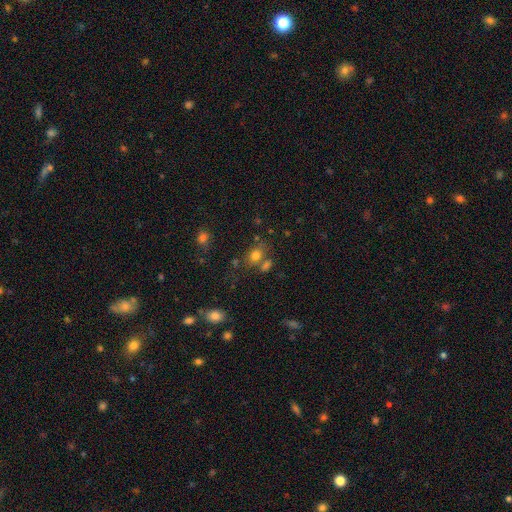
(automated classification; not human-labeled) Overall: smooth (76%). How rounded: in between (63%; round 35%). Merging: none (55%; merger 25%).